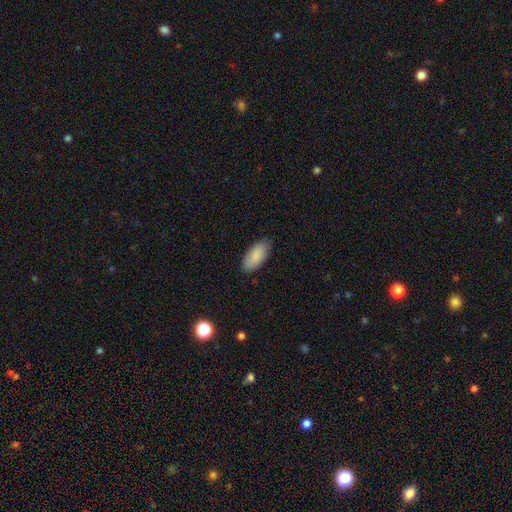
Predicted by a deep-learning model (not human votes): The model was most divided on "merging": none: 84%, minor disturbance: 13%, major disturbance: 2%, merger: 1%. More confident: how rounded — in between (89%); smooth or featured — smooth (89%).